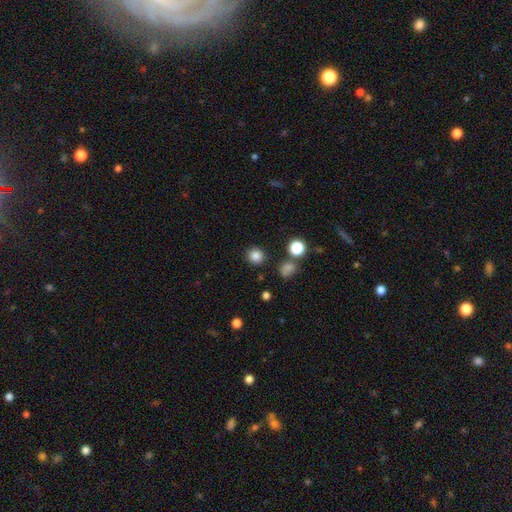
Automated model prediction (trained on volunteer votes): smooth_or_featured: smooth (p=0.84) [alt: star or artifact p=0.12]
how_rounded: round (p=0.92) [alt: in between p=0.07]
merging: none (p=0.88) [alt: minor disturbance p=0.06]